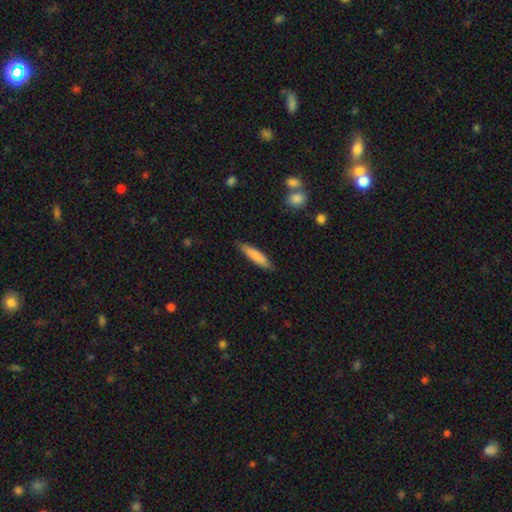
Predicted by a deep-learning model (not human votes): Morphology: type=smooth (81%); roundness=cigar-shaped (80%); merging=none (85%).